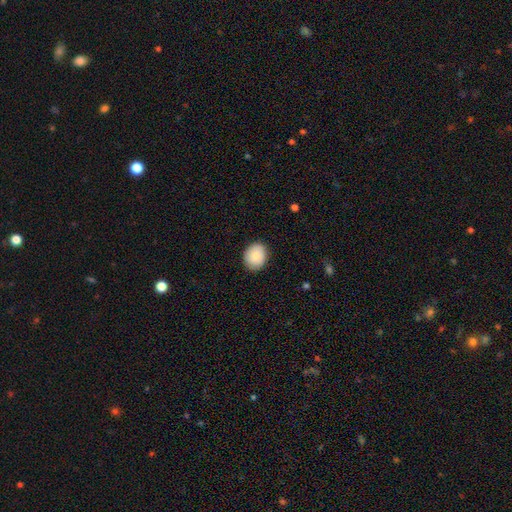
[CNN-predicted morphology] Smooth or featured? smooth (88%)
How rounded? round (58%)
Merging? none (87%)